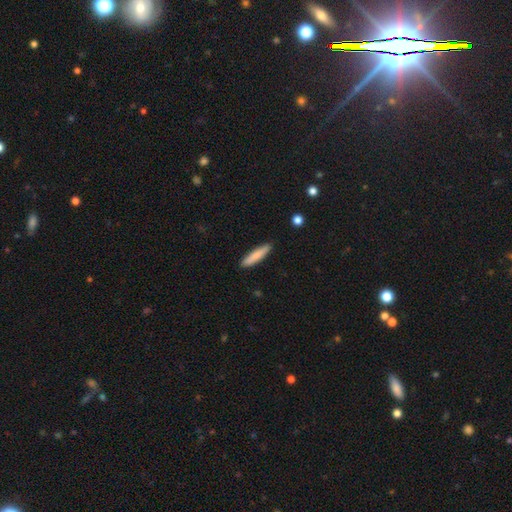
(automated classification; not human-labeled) Smooth or featured? Predicted: smooth (p=0.81). How rounded? Predicted: cigar-shaped (p=0.85). Merging? Predicted: none (p=0.89).